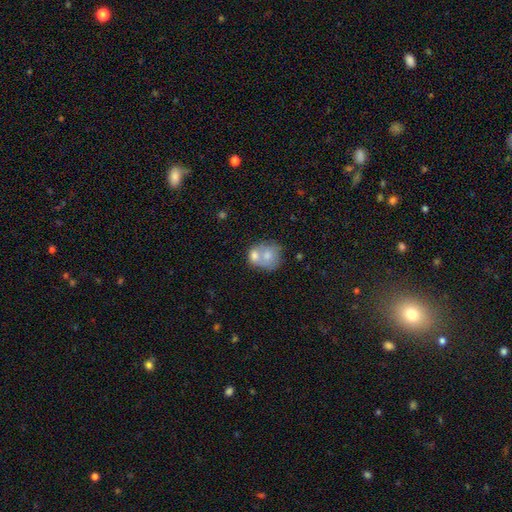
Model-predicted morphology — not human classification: Smooth or featured?
  - smooth: 64% *
  - featured or disk: 27%
  - star or artifact: 8%
How rounded?
  - round: 68% *
  - in between: 31%
  - cigar-shaped: 1%
Merging?
  - merger: 63% *
  - none: 25%
  - minor disturbance: 8%
  - major disturbance: 4%